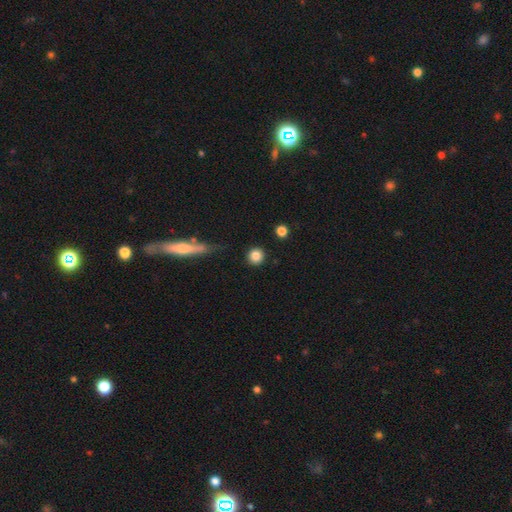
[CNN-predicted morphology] Q: Smooth or featured?
A: smooth (85%); runner-up: star or artifact (10%)
Q: How rounded?
A: round (92%); runner-up: in between (7%)
Q: Merging?
A: none (89%); runner-up: minor disturbance (6%)